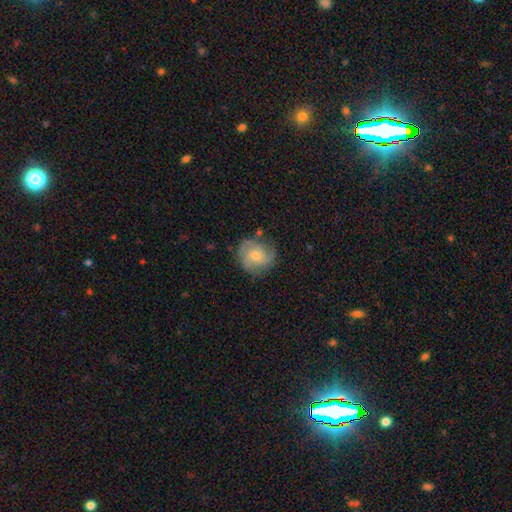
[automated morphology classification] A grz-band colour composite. It shows a featured or disk galaxy (68%) with no bar (74%), 3 (42%) tight (45%) spiral arms (92%) and a moderate central bulge (53%). Merging: none (75%).